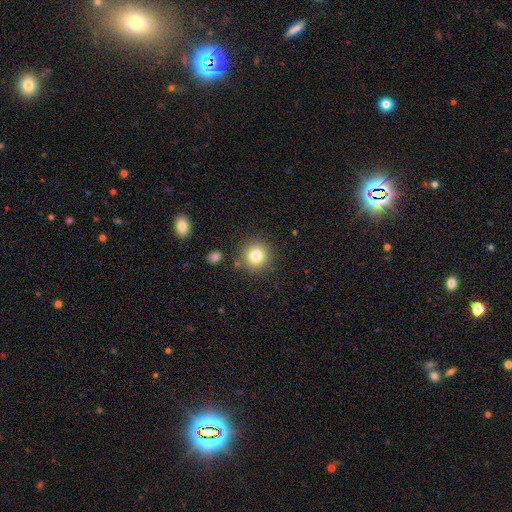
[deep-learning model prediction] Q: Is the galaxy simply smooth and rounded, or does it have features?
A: smooth — 80%.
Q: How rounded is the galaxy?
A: round — 93%.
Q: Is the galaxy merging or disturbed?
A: none — 85%.